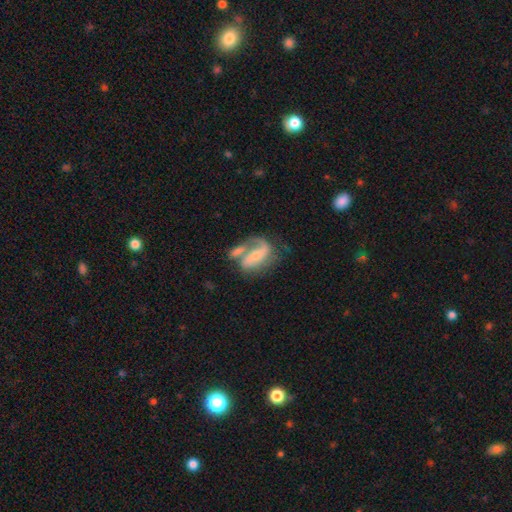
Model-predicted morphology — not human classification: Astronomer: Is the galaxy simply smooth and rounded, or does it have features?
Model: featured or disk — 67%.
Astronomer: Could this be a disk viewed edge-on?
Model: no — 94%.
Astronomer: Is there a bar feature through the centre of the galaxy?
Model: weak — 34% (runner-up: no, 33%).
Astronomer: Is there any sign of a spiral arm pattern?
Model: yes — 78%.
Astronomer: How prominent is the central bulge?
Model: small — 53% (runner-up: moderate, 32%).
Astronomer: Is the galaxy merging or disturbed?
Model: merger — 36% (runner-up: none, 28%).